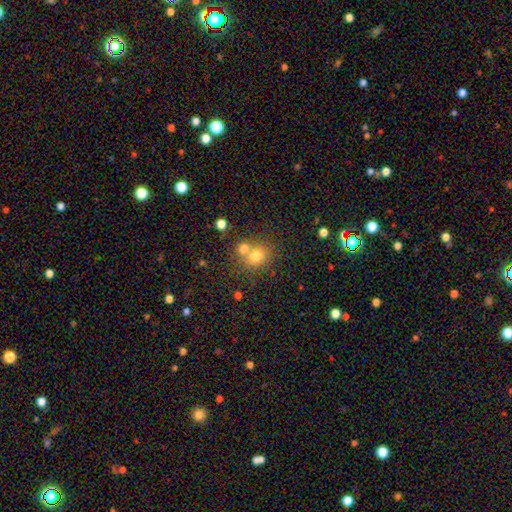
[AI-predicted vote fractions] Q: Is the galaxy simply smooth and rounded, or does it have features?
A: smooth — 74%.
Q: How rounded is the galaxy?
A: round — 77%.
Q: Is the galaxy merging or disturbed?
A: none — 49%.